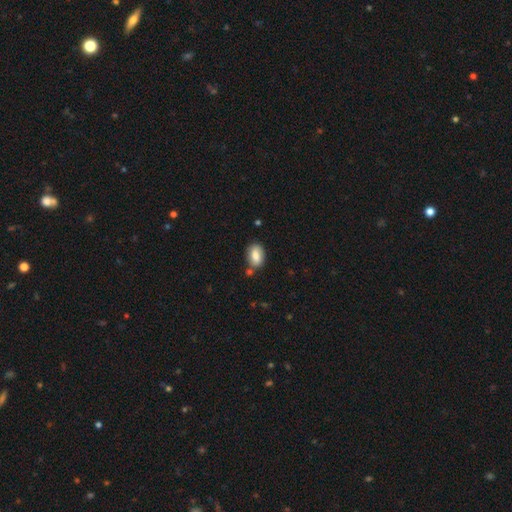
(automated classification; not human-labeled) The model was most divided on "merging": none: 69%, minor disturbance: 17%, merger: 10%, major disturbance: 4%. More confident: how rounded — in between (86%); smooth or featured — smooth (81%).